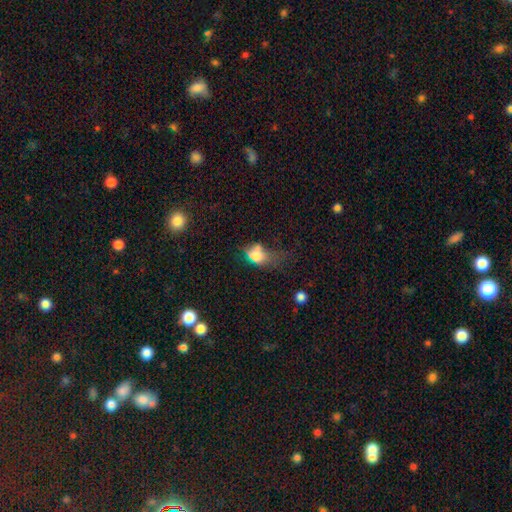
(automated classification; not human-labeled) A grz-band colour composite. It shows a smooth galaxy with no disk features (66%) that is in between round and cigar-shaped (70%). Merging: major disturbance (45%).